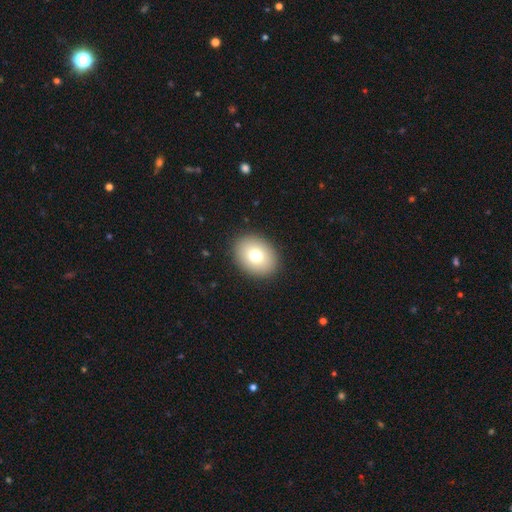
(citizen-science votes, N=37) Smooth or featured? 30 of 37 (81%) said smooth. How rounded? 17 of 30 (57%) said in between. Merging? 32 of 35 (91%) said none.